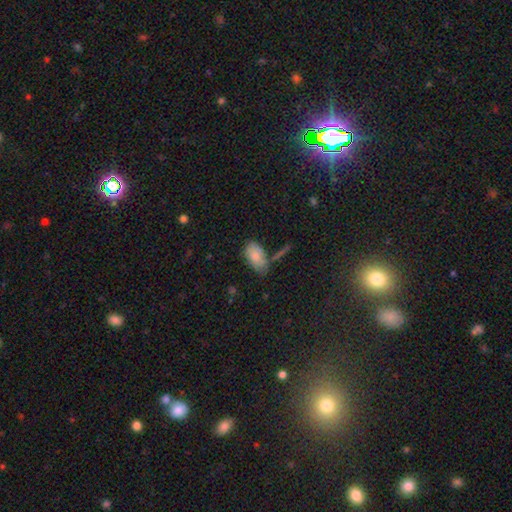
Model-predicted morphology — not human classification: Overall: smooth (74%). How rounded: in between (92%). Merging: none (51%; minor disturbance 27%).